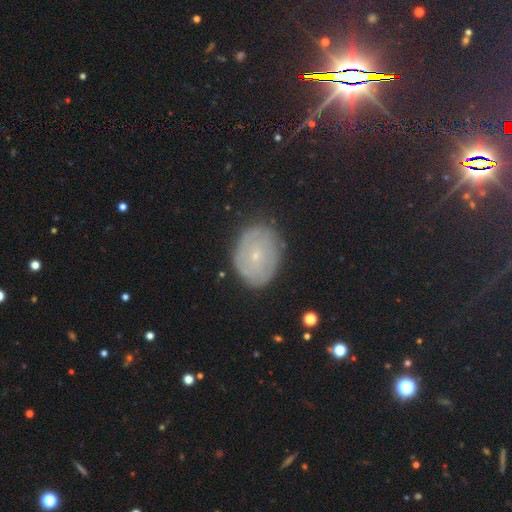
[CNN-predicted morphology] type=featured or disk (54%); edge-on=no (96%); bar=no (81%); spiral arms=yes (72%); bulge=small (87%); merging=none (82%).